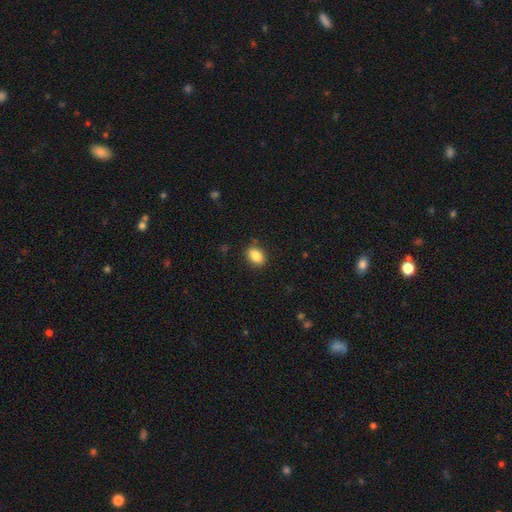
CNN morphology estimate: Q: Smooth or featured?
A: smooth (87%); runner-up: star or artifact (8%)
Q: How rounded?
A: in between (83%); runner-up: round (15%)
Q: Merging?
A: none (87%); runner-up: minor disturbance (10%)